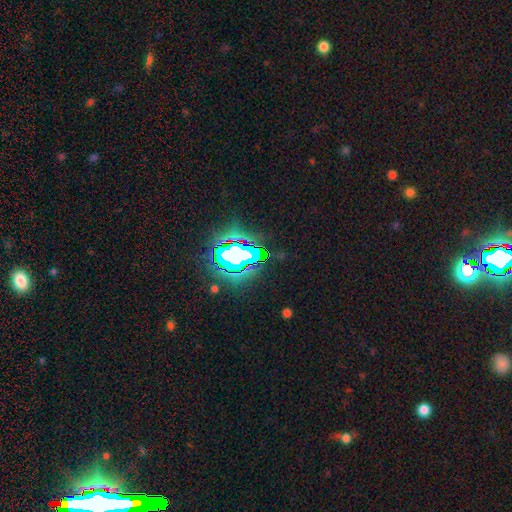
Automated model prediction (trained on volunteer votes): Smooth or featured?
  - star or artifact: 66% *
  - smooth: 18%
  - featured or disk: 16%